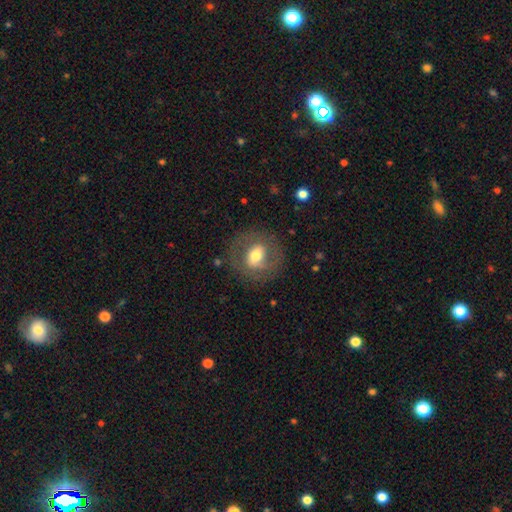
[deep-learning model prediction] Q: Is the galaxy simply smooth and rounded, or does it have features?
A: featured or disk — 48%.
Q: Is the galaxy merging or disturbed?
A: none — 78%.